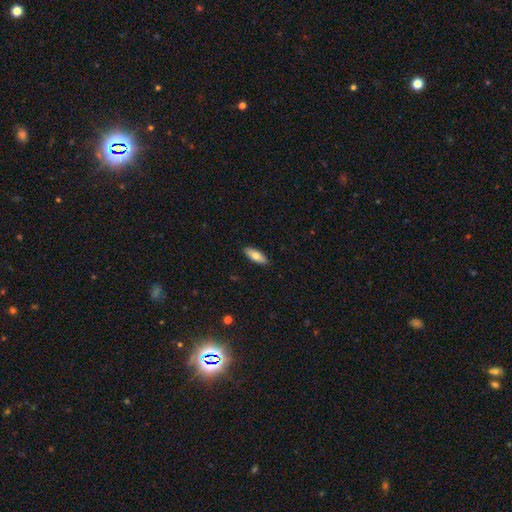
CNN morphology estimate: This appears to be a smooth galaxy with no disk features (75%) that is in between round and cigar-shaped (71%). Merging: none (90%).